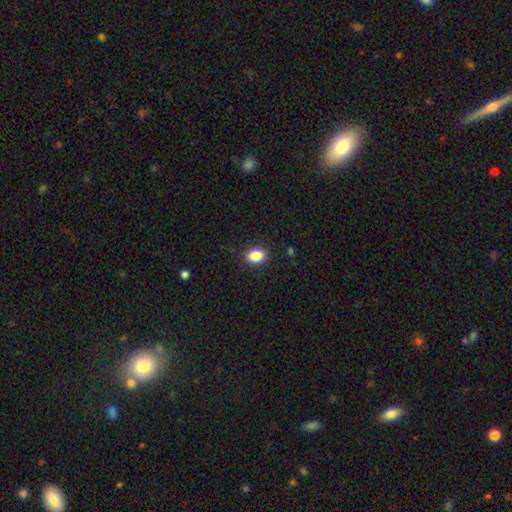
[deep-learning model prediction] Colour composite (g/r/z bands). It shows a smooth galaxy with no disk features (86%) that is in between round and cigar-shaped (76%). Merging: none (88%).